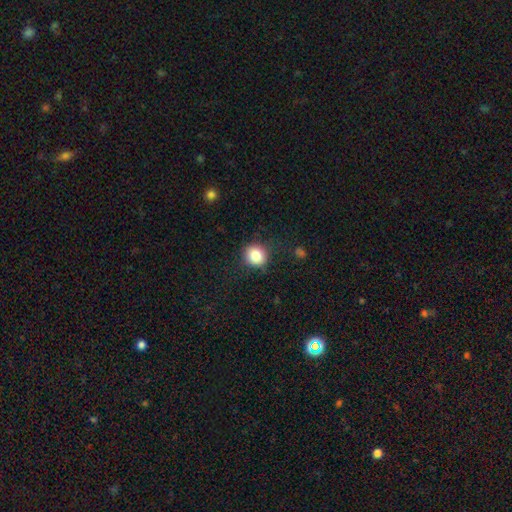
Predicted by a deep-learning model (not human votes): The model was most divided on "how rounded": round: 84%, in between: 15%, cigar-shaped: 1%. More confident: smooth or featured — smooth (85%); merging — none (83%).